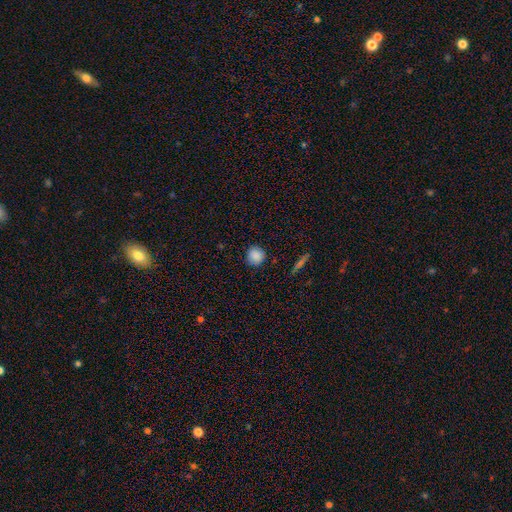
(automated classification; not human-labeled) A smooth galaxy with no disk features (87%) that is round (91%).

Vote fractions:
- Smooth or featured? smooth: 87% / star or artifact: 9% / featured or disk: 4%
- How rounded? round: 91% / in between: 8% / cigar-shaped: 1%
- Merging? none: 87% / minor disturbance: 9% / major disturbance: 2% / merger: 1%